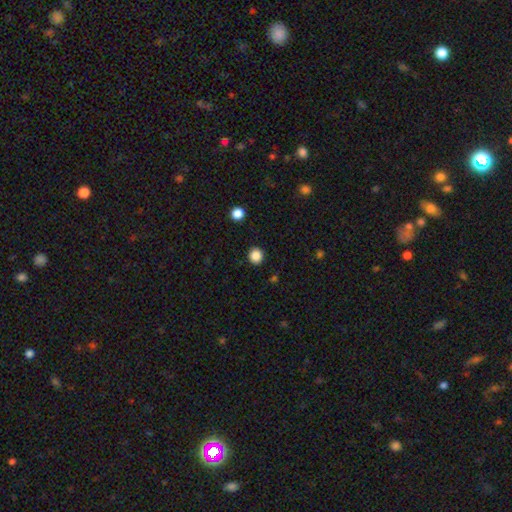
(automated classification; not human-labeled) This is clearly a smooth galaxy (87%). How rounded: clearly round (90%). Merging: clearly none (92%).